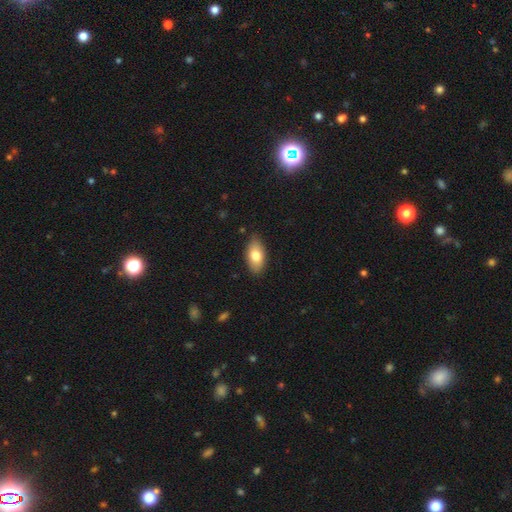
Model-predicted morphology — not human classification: Overall: smooth (77%). How rounded: in between (91%). Merging: none (84%).